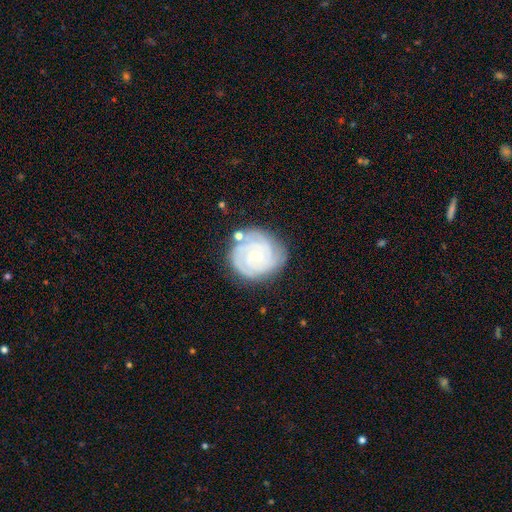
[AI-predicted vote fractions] Smooth or featured?
  - featured or disk: 80% *
  - smooth: 14%
  - star or artifact: 6%
Edge-on disk?
  - no: 98% *
  - yes: 2%
Bar?
  - no: 71% *
  - weak: 25%
  - strong: 5%
Spiral arms?
  - yes: 94% *
  - no: 6%
Spiral winding?
  - tight: 79% *
  - medium: 17%
  - loose: 4%
Spiral arm count?
  - 2: 28% *
  - can't tell: 27%
  - 3: 27%
  - 4: 9%
  - 1: 5%
  - more than 4: 4%
Bulge size?
  - small: 67% *
  - moderate: 30%
  - none: 1%
  - large: 1%
  - dominant: 1%
Merging?
  - none: 72% *
  - minor disturbance: 18%
  - major disturbance: 6%
  - merger: 5%